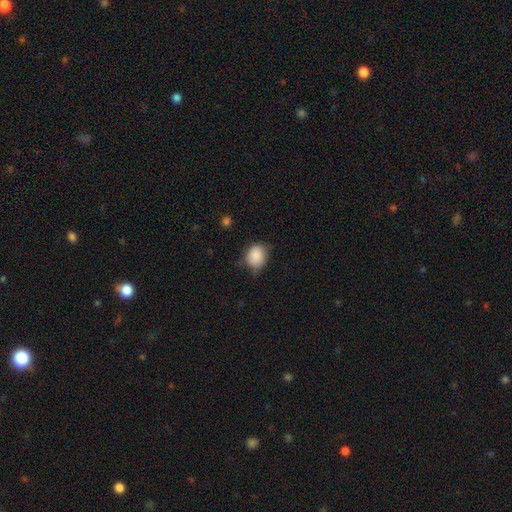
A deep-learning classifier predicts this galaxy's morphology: type=smooth (86%); roundness=round (59%); merging=none (64%).